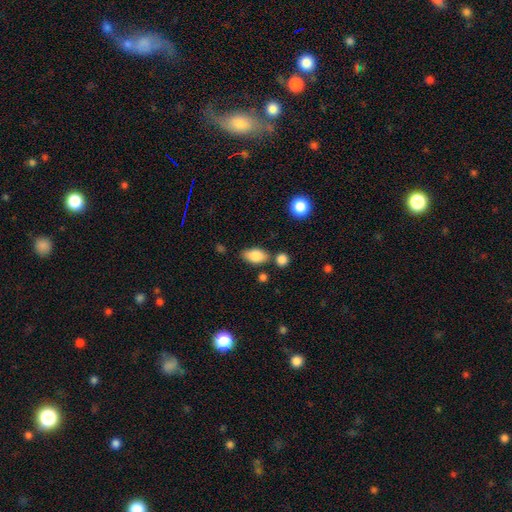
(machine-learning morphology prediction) The model was most divided on "merging": none: 72%, minor disturbance: 15%, merger: 10%, major disturbance: 4%. More confident: how rounded — in between (90%); smooth or featured — smooth (83%).